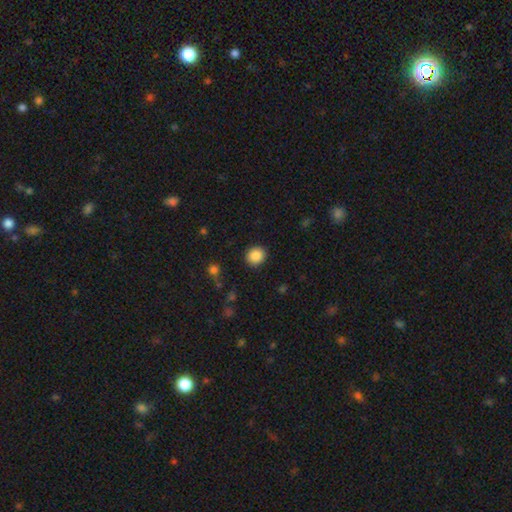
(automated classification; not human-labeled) Smooth or featured?
  - smooth: 87% *
  - star or artifact: 9%
  - featured or disk: 4%
How rounded?
  - round: 84% *
  - in between: 15%
  - cigar-shaped: 1%
Merging?
  - none: 91% *
  - minor disturbance: 6%
  - major disturbance: 2%
  - merger: 1%